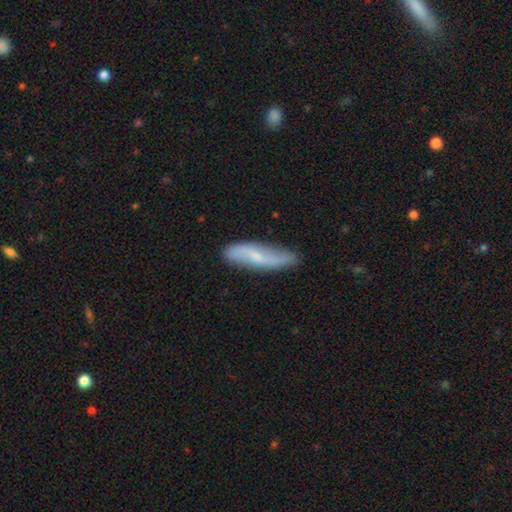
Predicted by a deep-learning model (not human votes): A featured or disk galaxy (53%). Merging: none (75%).